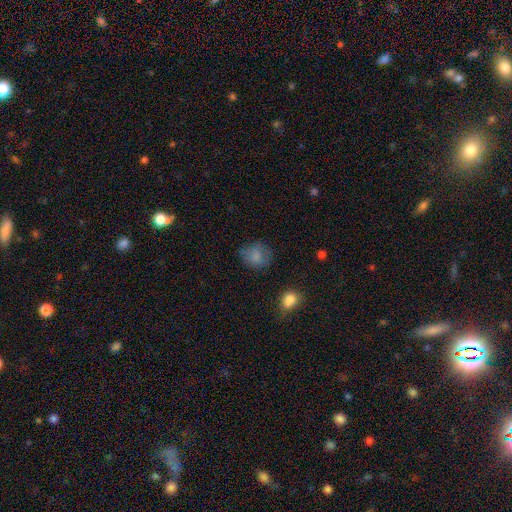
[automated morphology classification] Overall: smooth (79%). How rounded: round (71%). Merging: none (65%).